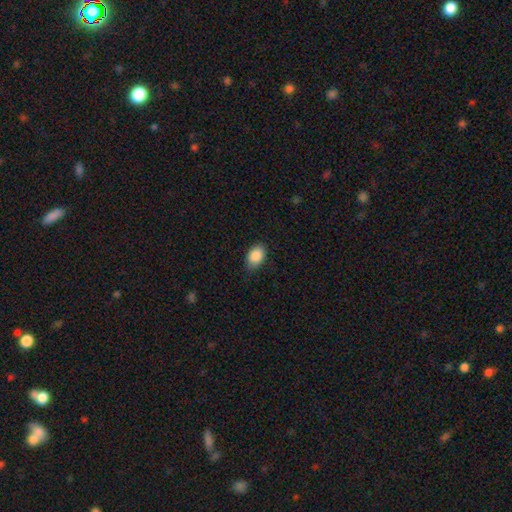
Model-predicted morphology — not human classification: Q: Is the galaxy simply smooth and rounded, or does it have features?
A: smooth — 89%.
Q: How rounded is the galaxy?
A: in between — 87%.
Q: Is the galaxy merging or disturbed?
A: none — 79%.